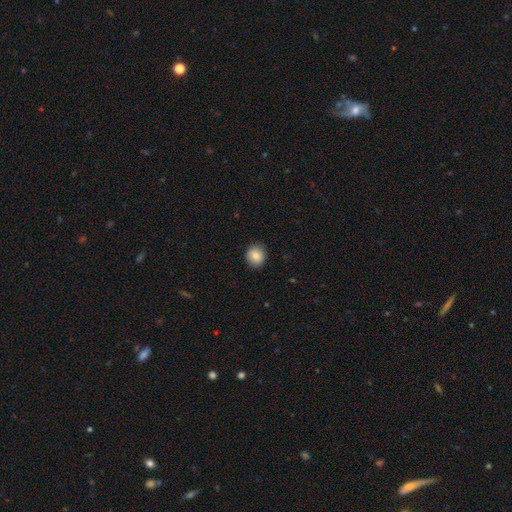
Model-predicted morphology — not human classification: A smooth galaxy with no disk features (81%) that is round (85%).

Vote fractions:
- Smooth or featured? smooth: 81% / featured or disk: 10% / star or artifact: 9%
- How rounded? round: 85% / in between: 14% / cigar-shaped: 1%
- Merging? none: 88% / minor disturbance: 9% / major disturbance: 2% / merger: 1%